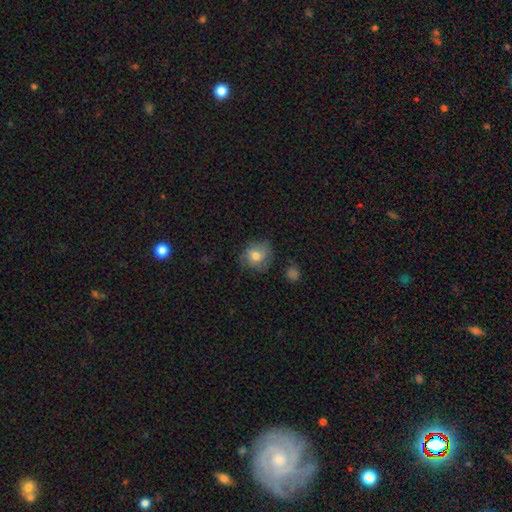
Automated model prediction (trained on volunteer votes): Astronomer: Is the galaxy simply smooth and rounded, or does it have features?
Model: smooth — 75%.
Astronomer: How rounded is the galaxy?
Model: round — 76%.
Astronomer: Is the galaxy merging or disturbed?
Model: none — 67%.